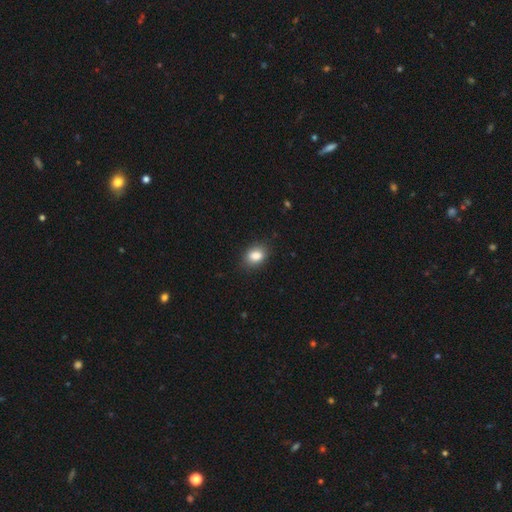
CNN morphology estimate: type=smooth (85%); roundness=in between (71%); merging=none (84%).